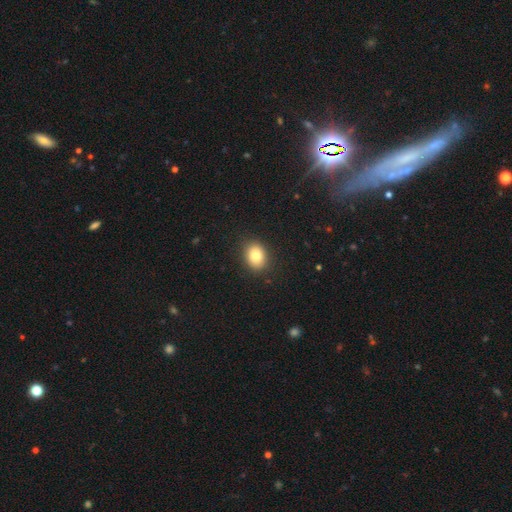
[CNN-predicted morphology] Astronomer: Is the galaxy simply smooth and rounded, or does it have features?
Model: smooth — 81%.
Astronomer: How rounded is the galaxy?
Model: in between — 50% (runner-up: round, 49%).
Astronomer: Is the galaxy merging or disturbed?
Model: none — 89%.